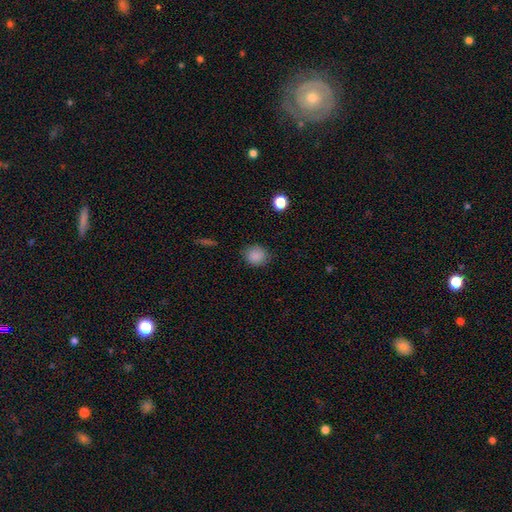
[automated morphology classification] A smooth galaxy with no disk features (86%) that is round (74%).

Vote fractions:
- Smooth or featured? smooth: 86% / star or artifact: 10% / featured or disk: 4%
- How rounded? round: 74% / in between: 25% / cigar-shaped: 1%
- Merging? none: 83% / minor disturbance: 12% / major disturbance: 3% / merger: 1%